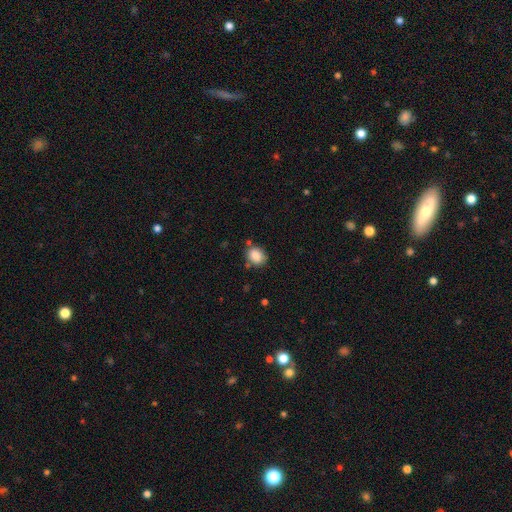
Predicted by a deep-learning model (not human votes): Smooth or featured?
  - smooth: 86% *
  - star or artifact: 9%
  - featured or disk: 5%
How rounded?
  - round: 51% *
  - in between: 48%
  - cigar-shaped: 1%
Merging?
  - none: 72% *
  - minor disturbance: 18%
  - merger: 6%
  - major disturbance: 4%